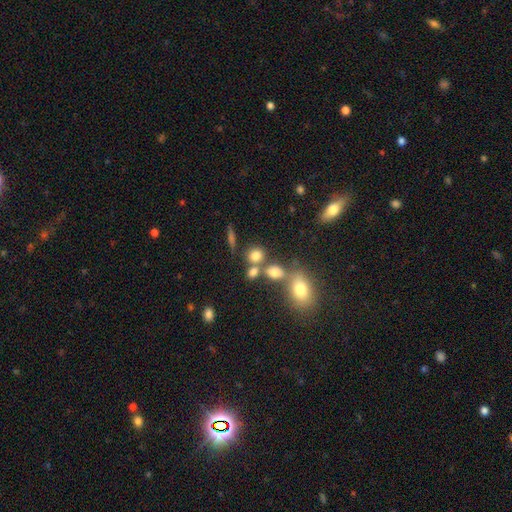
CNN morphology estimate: This appears to be a smooth galaxy with no disk features (74%) that is round (63%). Merging: none (51%).